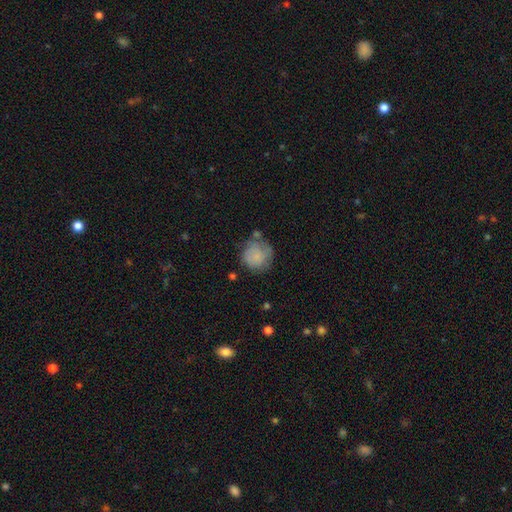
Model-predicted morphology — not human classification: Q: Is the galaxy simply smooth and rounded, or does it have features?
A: smooth — 75%.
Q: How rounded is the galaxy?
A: round — 89%.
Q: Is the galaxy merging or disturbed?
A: none — 53%.